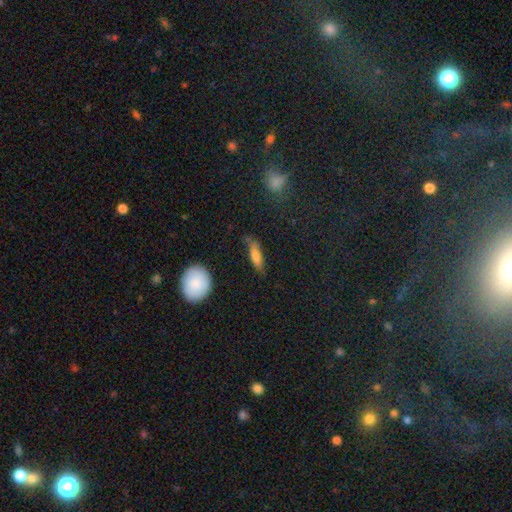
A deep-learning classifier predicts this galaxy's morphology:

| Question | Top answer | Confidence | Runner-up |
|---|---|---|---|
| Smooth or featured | smooth | 72% | featured or disk (20%) |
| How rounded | cigar-shaped | 58% | in between (39%) |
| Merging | none | 67% | minor disturbance (23%) |